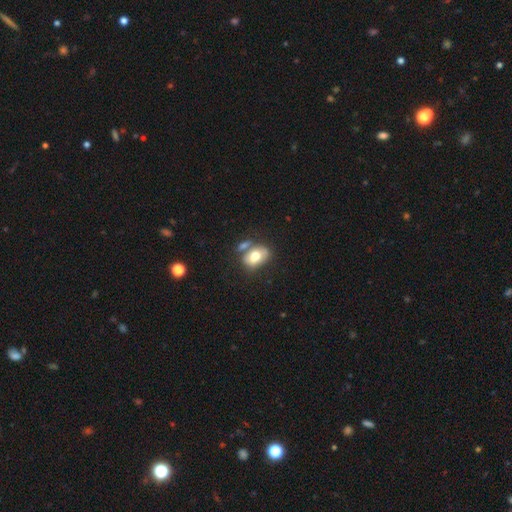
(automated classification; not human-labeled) smooth_or_featured: smooth (p=0.67) [alt: featured or disk p=0.25]
how_rounded: in between (p=0.80) [alt: round p=0.18]
merging: none (p=0.40) [alt: merger p=0.34]